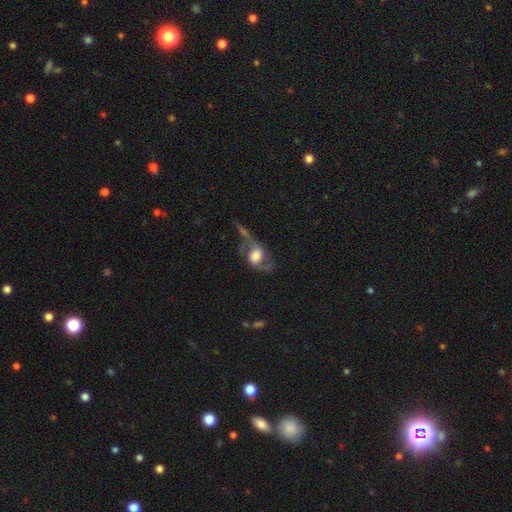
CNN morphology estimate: The model was most divided on "merging": none: 36%, major disturbance: 28%, merger: 19%, minor disturbance: 16%. More confident: edge-on disk — no (94%); spiral arms — yes (86%); spiral arm count — 2 (85%); spiral winding — loose (68%); smooth or featured — featured or disk (66%); bulge size — large (53%); bar — no (53%).